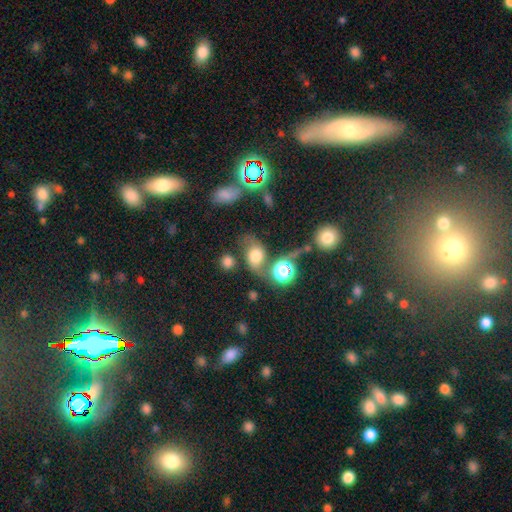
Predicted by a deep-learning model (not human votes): smooth_or_featured: smooth (p=0.49) [alt: featured or disk p=0.35]
merging: none (p=0.48) [alt: minor disturbance p=0.20]